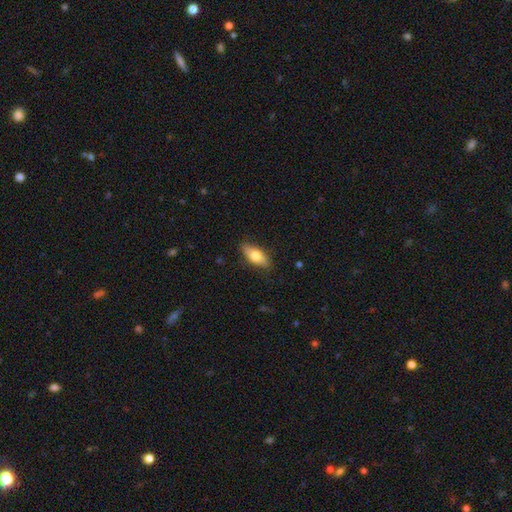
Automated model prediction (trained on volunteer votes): smooth 67%, featured or disk 27%, star or artifact 6%. Down the decision tree: how rounded — in between (75%); merging — none (84%).